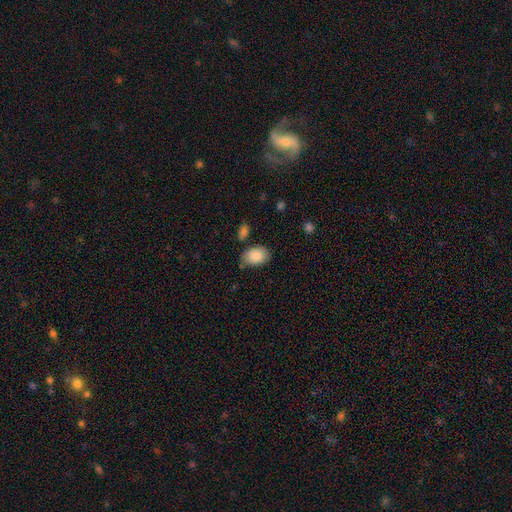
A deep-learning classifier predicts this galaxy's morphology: A smooth galaxy with no disk features (88%) that is in between round and cigar-shaped (85%).

Vote fractions:
- Smooth or featured? smooth: 88% / star or artifact: 7% / featured or disk: 5%
- How rounded? in between: 85% / round: 14% / cigar-shaped: 1%
- Merging? none: 69% / minor disturbance: 21% / merger: 6% / major disturbance: 5%